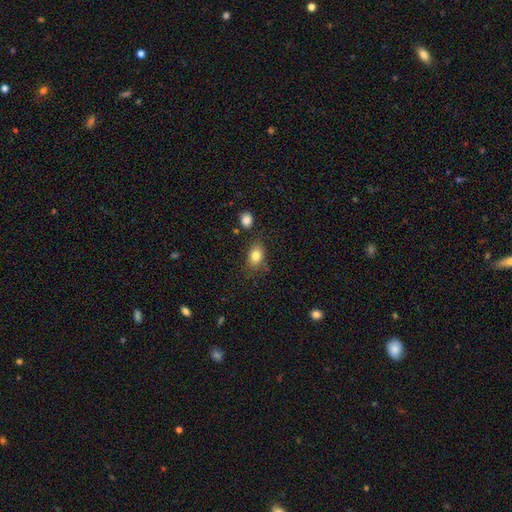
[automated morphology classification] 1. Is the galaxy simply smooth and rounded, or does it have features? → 82% smooth, 9% star or artifact, 9% featured or disk.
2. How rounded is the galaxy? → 76% in between, 23% round, 2% cigar-shaped.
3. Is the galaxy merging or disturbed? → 70% none, 19% minor disturbance, 6% merger, 5% major disturbance.